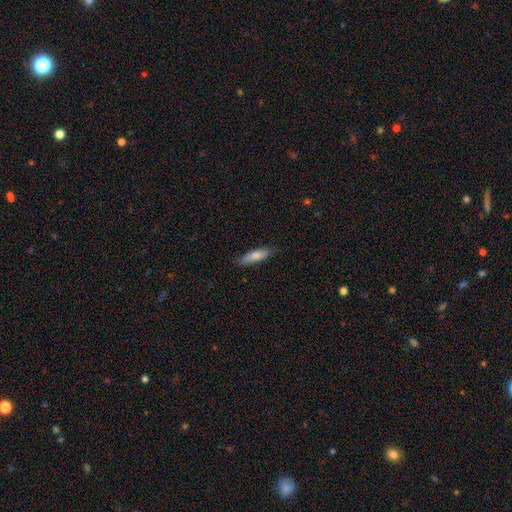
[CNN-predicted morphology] Overall: smooth (75%). How rounded: cigar-shaped (61%; in between 37%). Merging: none (85%).